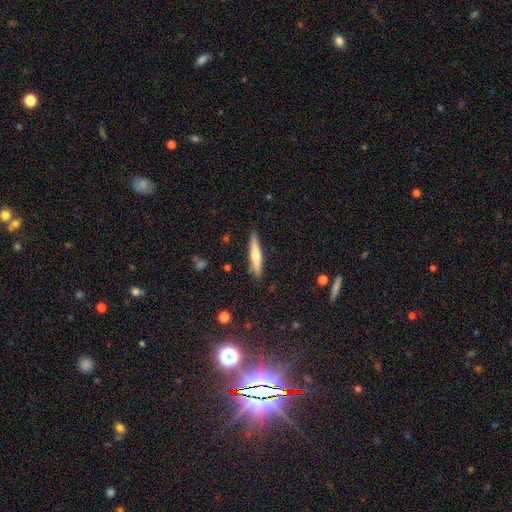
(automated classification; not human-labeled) Smooth or featured: smooth — 56% (featured or disk — 38%)
How rounded: cigar-shaped — 90% (in between — 8%)
Merging: none — 87% (minor disturbance — 10%)